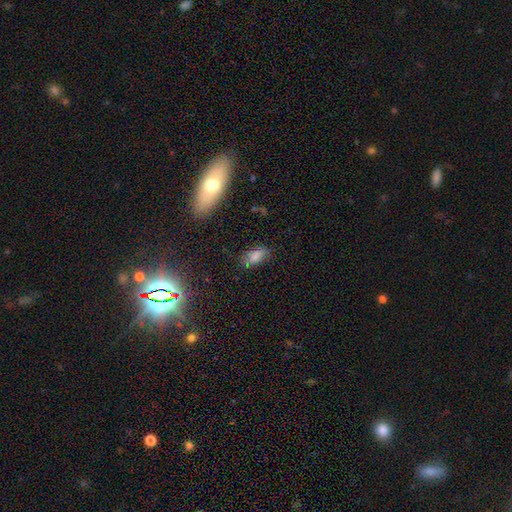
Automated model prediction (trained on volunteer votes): smooth-or-featured: smooth: 78% | star or artifact: 13% | featured or disk: 10%
  how-rounded: in between: 88% | cigar-shaped: 9% | round: 4%
  merging: none: 72% | minor disturbance: 20% | major disturbance: 5% | merger: 3%